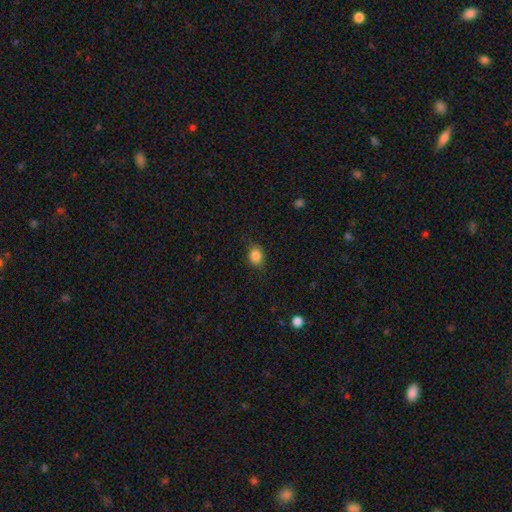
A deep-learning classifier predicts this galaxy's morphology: smooth 85%, star or artifact 10%, featured or disk 5%. Down the decision tree: how rounded — in between (54%); merging — none (83%).